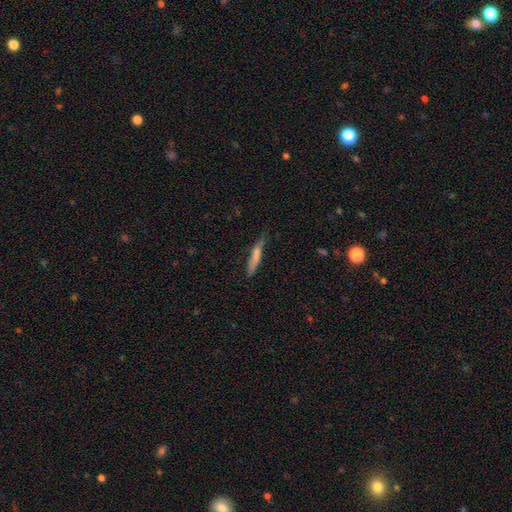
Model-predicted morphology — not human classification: This appears to be a smooth galaxy with no disk features (71%) that is cigar-shaped (89%). Merging: none (64%).